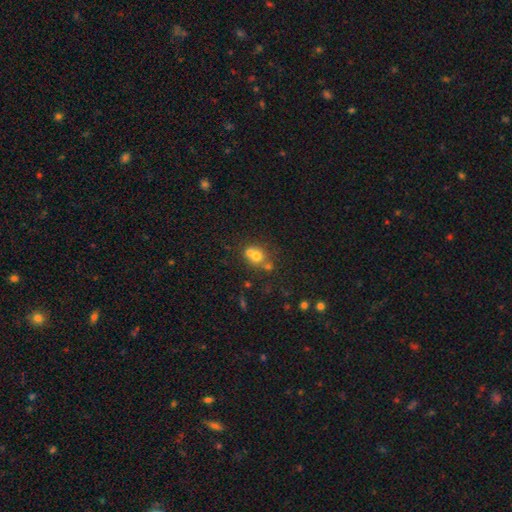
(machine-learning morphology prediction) This is likely a smooth galaxy (65%). How rounded: likely round (75%). Merging: possibly merger (52%).